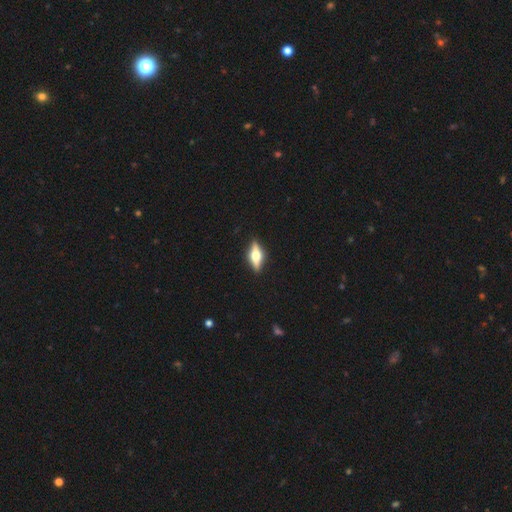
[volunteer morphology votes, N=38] Volunteers were most divided on "smooth or featured": featured or disk: 68%, smooth: 29%, star or artifact: 3%. More confident: edge-on disk — yes (96%); edge-on bulge — rounded (92%); merging — none (86%).